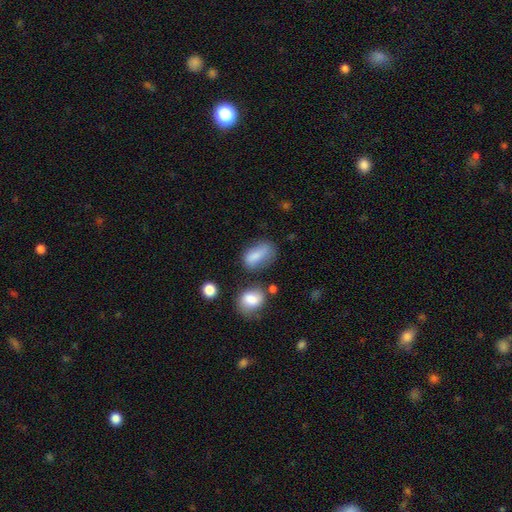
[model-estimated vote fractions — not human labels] smooth_or_featured: smooth (p=0.80) [alt: featured or disk p=0.11]
how_rounded: in between (p=0.85) [alt: round p=0.08]
merging: none (p=0.50) [alt: minor disturbance p=0.28]